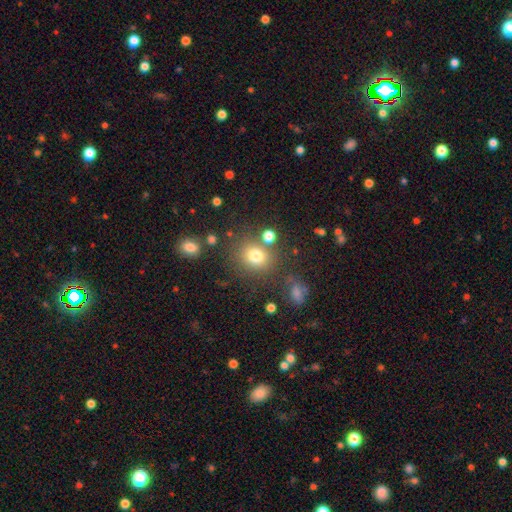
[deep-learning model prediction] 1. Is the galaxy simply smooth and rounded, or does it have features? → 76% smooth, 15% star or artifact, 9% featured or disk.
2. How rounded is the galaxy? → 77% round, 22% in between, 1% cigar-shaped.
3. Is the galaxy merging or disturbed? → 75% none, 11% minor disturbance, 9% merger, 5% major disturbance.